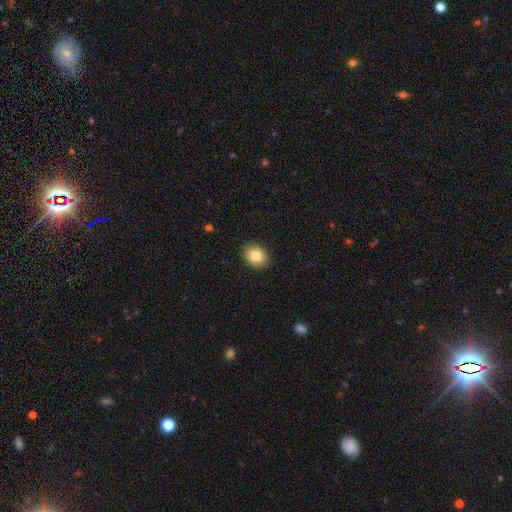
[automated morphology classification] Smooth or featured? Predicted: smooth (p=0.82). How rounded? Predicted: round (p=0.57). Merging? Predicted: none (p=0.91).